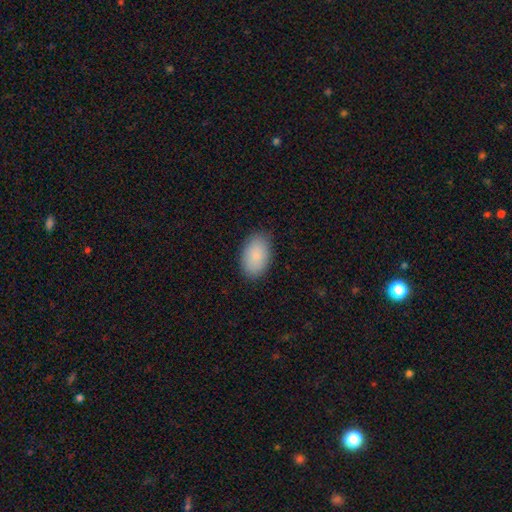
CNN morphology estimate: This is clearly a smooth galaxy (88%). How rounded: clearly in between (93%). Merging: clearly none (87%).